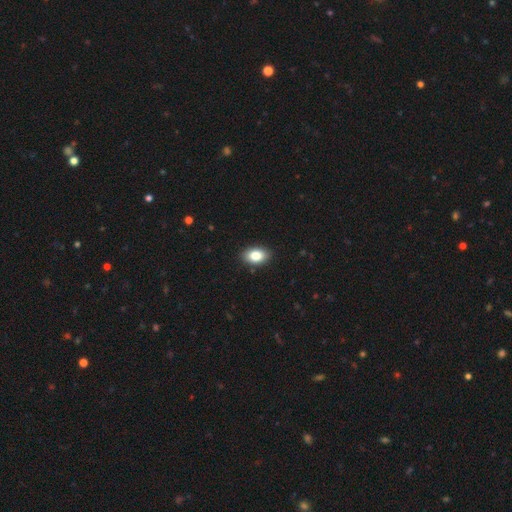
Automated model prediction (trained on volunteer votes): Smooth or featured: smooth — 83% (featured or disk — 9%)
How rounded: in between — 87% (round — 11%)
Merging: none — 89% (minor disturbance — 8%)